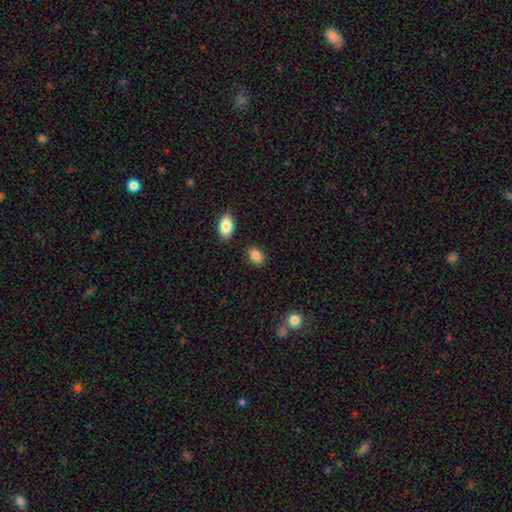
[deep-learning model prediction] Smooth or featured?
  - smooth: 87% *
  - star or artifact: 8%
  - featured or disk: 5%
How rounded?
  - in between: 87% *
  - round: 12%
  - cigar-shaped: 1%
Merging?
  - none: 86% *
  - minor disturbance: 9%
  - merger: 3%
  - major disturbance: 2%